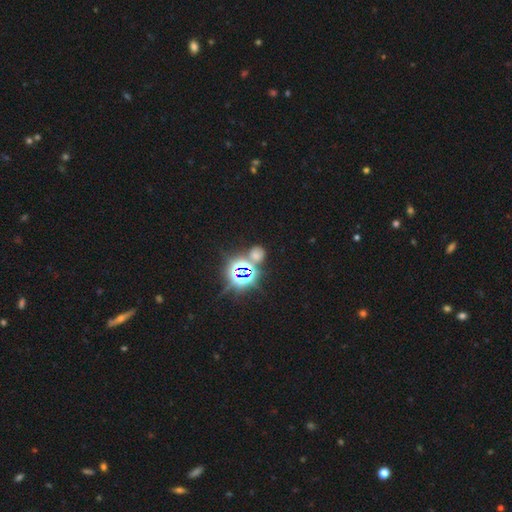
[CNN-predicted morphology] Overall: star or artifact (56%; smooth 35%).